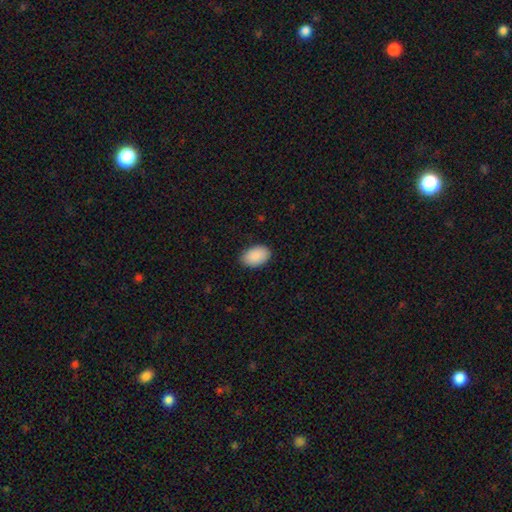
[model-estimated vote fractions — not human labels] This is clearly a smooth galaxy (91%). How rounded: clearly in between (92%). Merging: clearly none (85%).